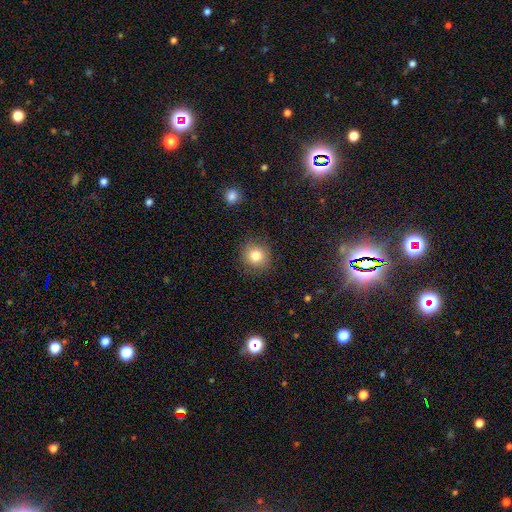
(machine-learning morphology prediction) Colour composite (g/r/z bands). It shows a smooth galaxy with no disk features (81%) that is round (87%). Merging: none (88%).